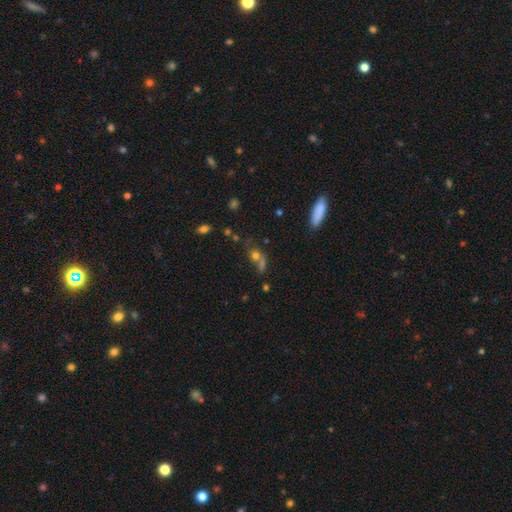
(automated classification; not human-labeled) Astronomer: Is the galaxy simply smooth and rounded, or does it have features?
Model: smooth — 63%.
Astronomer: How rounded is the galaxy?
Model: round — 53% (runner-up: in between, 42%).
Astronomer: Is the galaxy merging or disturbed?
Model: merger — 42% (runner-up: none, 36%).